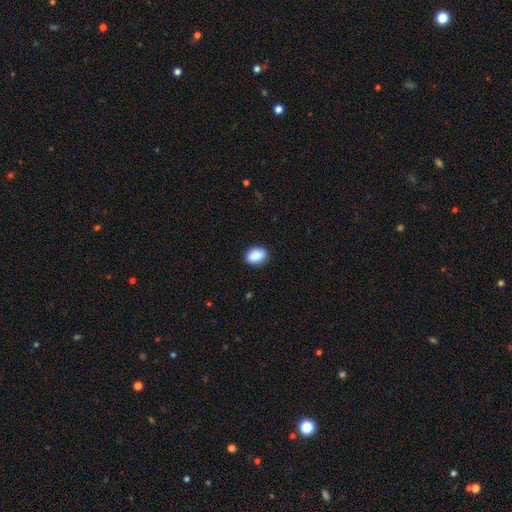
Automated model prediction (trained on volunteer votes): Smooth or featured? Predicted: smooth (p=0.89). How rounded? Predicted: in between (p=0.79). Merging? Predicted: none (p=0.89).